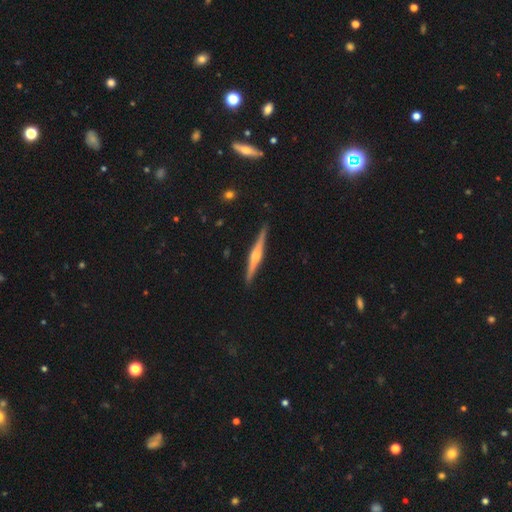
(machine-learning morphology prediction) A featured or disk galaxy (79%) viewed edge-on (98%) with a rounded central bulge (86%).

Vote fractions:
- Smooth or featured? featured or disk: 79% / smooth: 16% / star or artifact: 5%
- Edge-on disk? yes: 98% / no: 2%
- Edge-on bulge? rounded: 86% / boxy: 9% / none: 6%
- Merging? none: 91% / minor disturbance: 6% / major disturbance: 1% / merger: 1%